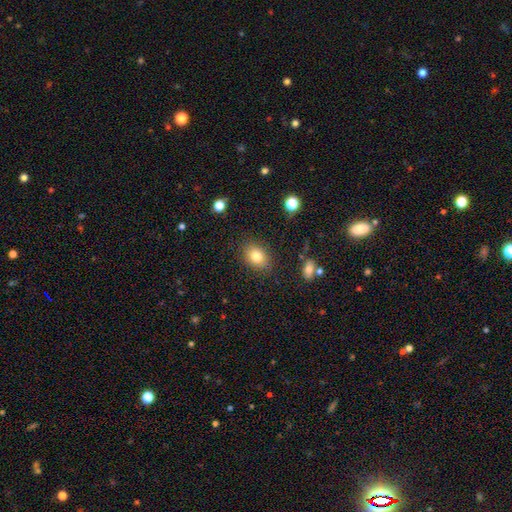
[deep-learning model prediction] Smooth or featured? smooth (81%)
How rounded? in between (64%)
Merging? none (85%)